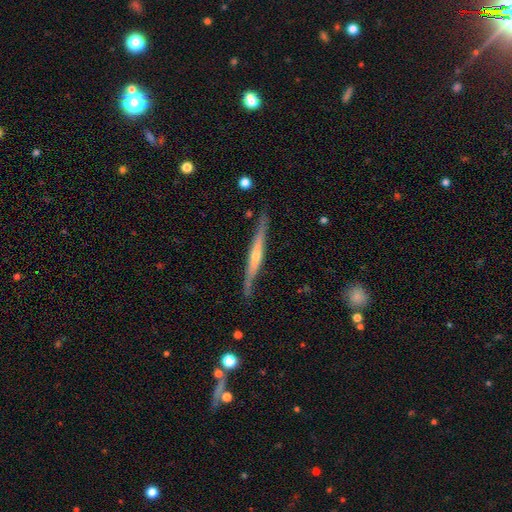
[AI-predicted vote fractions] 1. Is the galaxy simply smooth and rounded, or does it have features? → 69% featured or disk, 25% smooth, 5% star or artifact.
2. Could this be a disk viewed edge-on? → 96% yes, 4% no.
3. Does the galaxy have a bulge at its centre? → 59% rounded, 33% none, 8% boxy.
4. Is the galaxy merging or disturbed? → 81% none, 14% minor disturbance, 2% major disturbance, 2% merger.